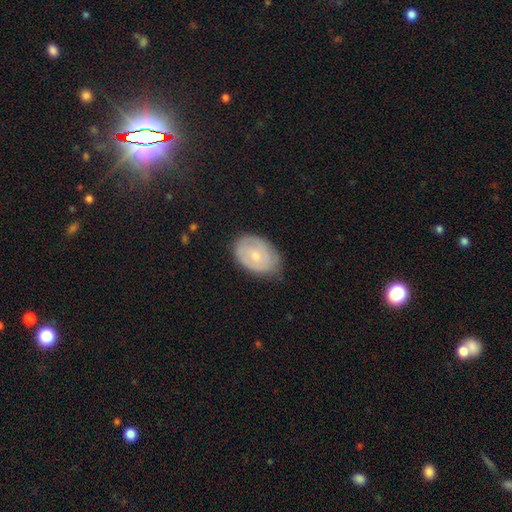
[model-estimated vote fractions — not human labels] featured or disk 47%, smooth 46%, star or artifact 7%. Down the decision tree: merging — none (68%).